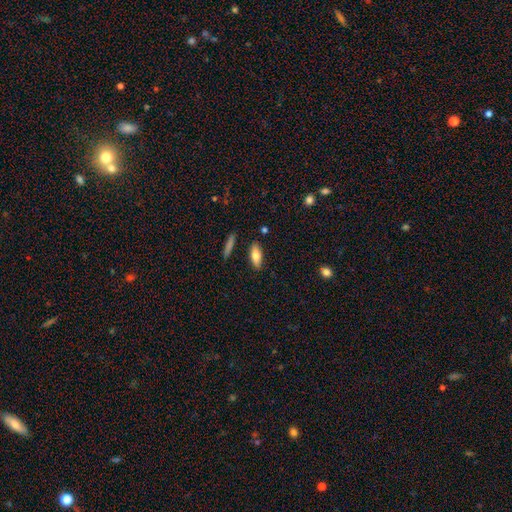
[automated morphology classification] smooth_or_featured: smooth (p=0.72) [alt: featured or disk p=0.22]
how_rounded: in between (p=0.65) [alt: cigar-shaped p=0.32]
merging: none (p=0.86) [alt: minor disturbance p=0.10]